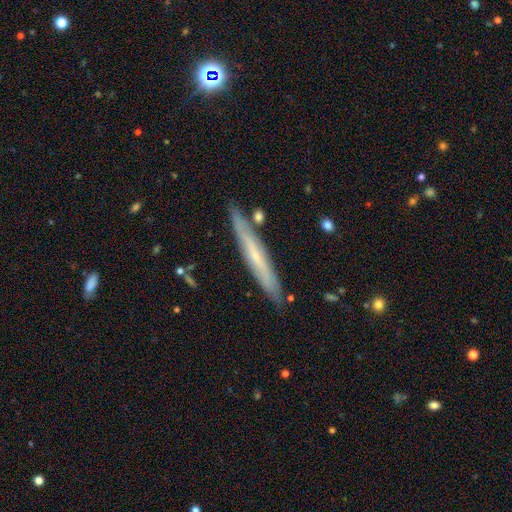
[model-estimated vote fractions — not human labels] Morphology: type=featured or disk (54%); edge-on=yes (89%); merging=none (84%).